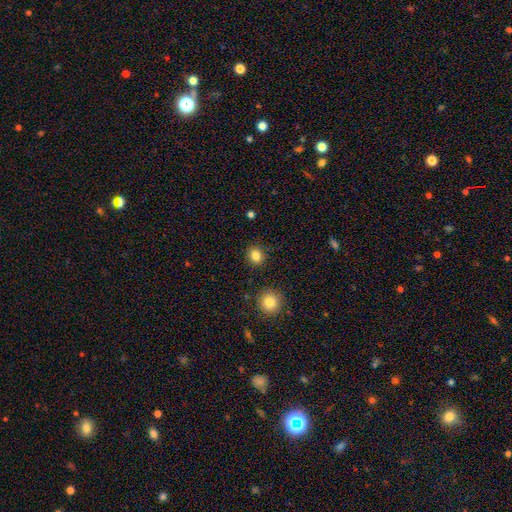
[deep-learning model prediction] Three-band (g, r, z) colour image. It shows a smooth galaxy with no disk features (83%) that is round (69%). Merging: none (88%).